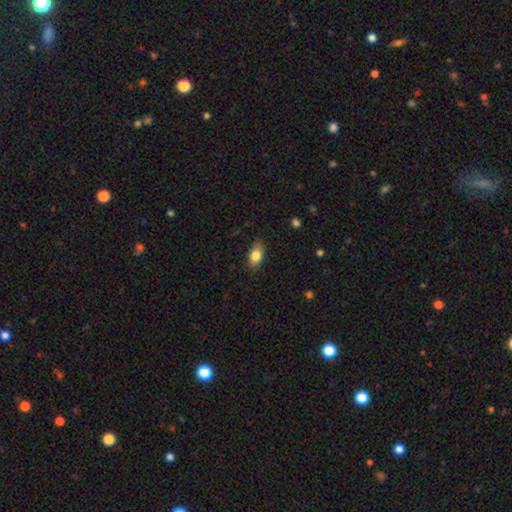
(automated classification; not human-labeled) Smooth or featured?
  - smooth: 85% *
  - featured or disk: 8%
  - star or artifact: 8%
How rounded?
  - in between: 89% *
  - round: 7%
  - cigar-shaped: 3%
Merging?
  - none: 85% *
  - minor disturbance: 12%
  - major disturbance: 3%
  - merger: 1%